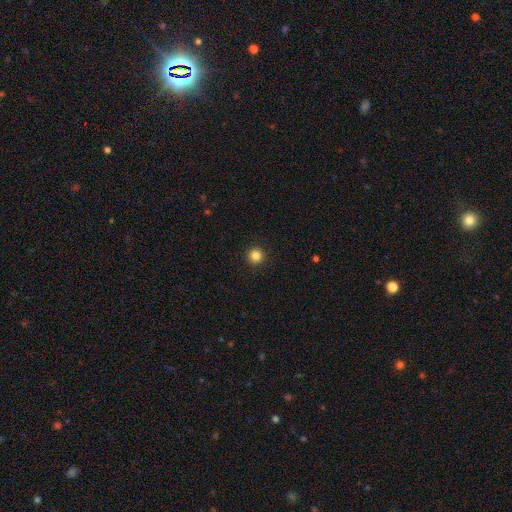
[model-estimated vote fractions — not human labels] smooth 84%, star or artifact 12%, featured or disk 4%. Down the decision tree: how rounded — round (96%); merging — none (94%).